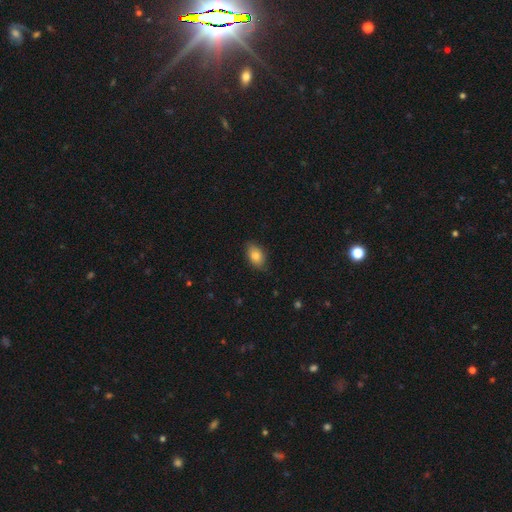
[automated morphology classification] The model was most divided on "merging": none: 80%, minor disturbance: 16%, major disturbance: 3%, merger: 1%. More confident: how rounded — in between (89%); smooth or featured — smooth (82%).